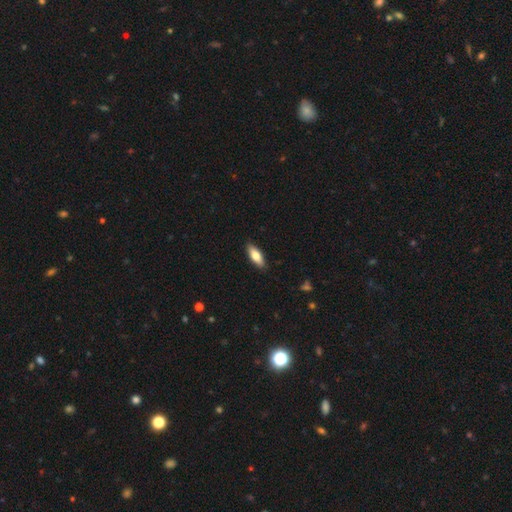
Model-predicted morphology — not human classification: Smooth or featured?
  - smooth: 73% *
  - featured or disk: 21%
  - star or artifact: 6%
How rounded?
  - in between: 68% *
  - cigar-shaped: 30%
  - round: 2%
Merging?
  - none: 89% *
  - minor disturbance: 8%
  - major disturbance: 2%
  - merger: 1%